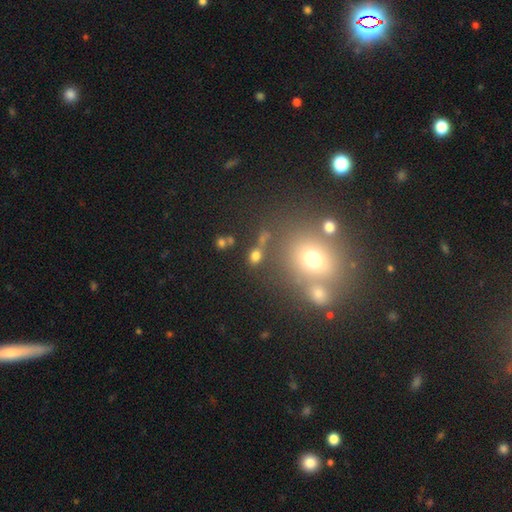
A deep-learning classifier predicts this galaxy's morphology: This appears to be a smooth galaxy with no disk features (71%) that is round (53%). Merging: none (61%).